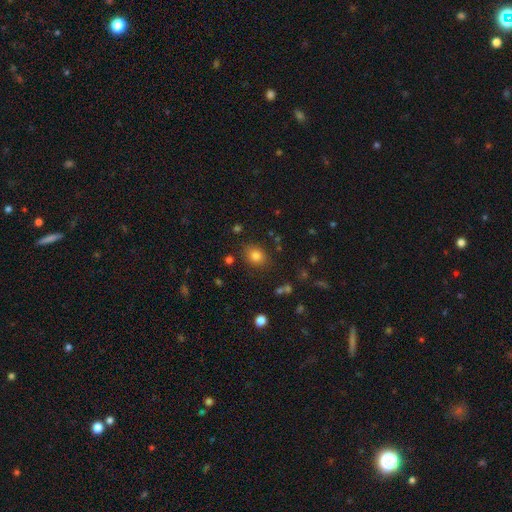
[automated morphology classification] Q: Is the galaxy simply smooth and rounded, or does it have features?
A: smooth — 81%.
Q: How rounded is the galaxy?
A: round — 59%.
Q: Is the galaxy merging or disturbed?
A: none — 82%.